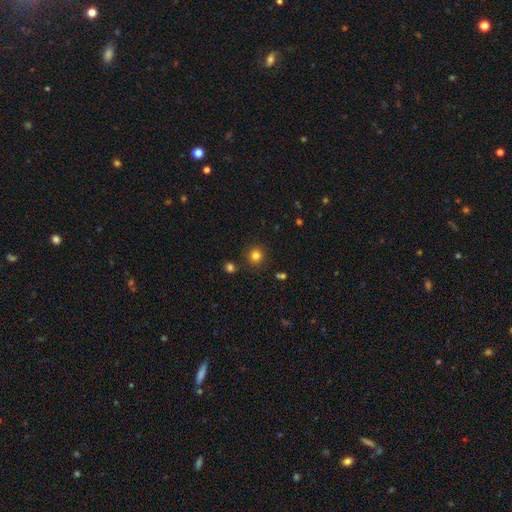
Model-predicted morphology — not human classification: smooth_or_featured: smooth (p=0.82) [alt: star or artifact p=0.13]
how_rounded: round (p=0.93) [alt: in between p=0.06]
merging: none (p=0.88) [alt: minor disturbance p=0.07]